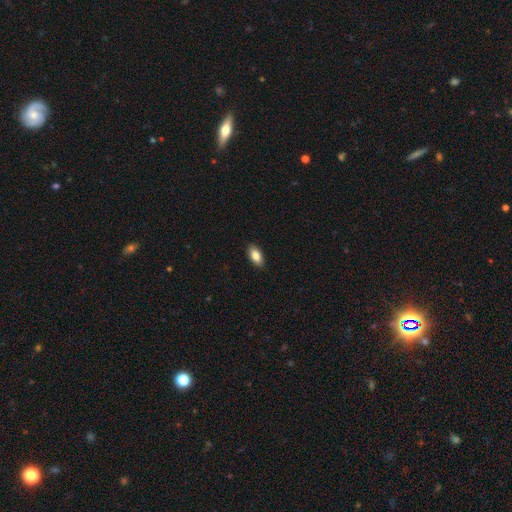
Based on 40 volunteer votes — Smooth or featured: smooth — 90% (star or artifact — 8%)
How rounded: in between — 94% (round — 3%)
Merging: none — 89% (minor disturbance — 8%)